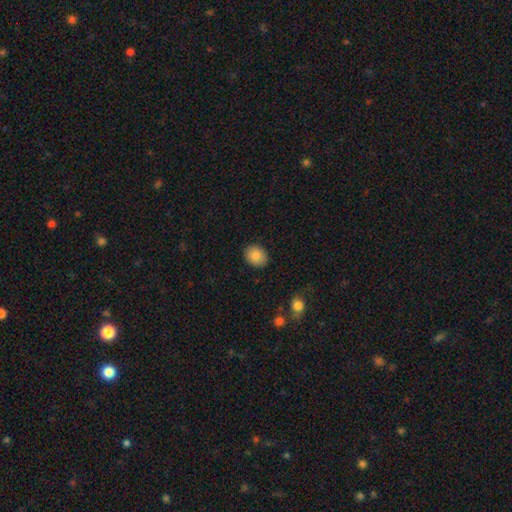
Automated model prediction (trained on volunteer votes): This is clearly a smooth galaxy (85%). How rounded: possibly round (51%). Merging: clearly none (89%).